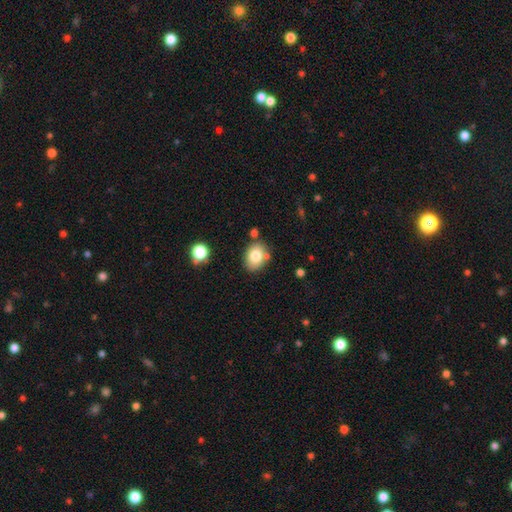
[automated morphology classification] This is likely a smooth galaxy (79%). How rounded: likely in between (69%). Merging: likely none (75%).